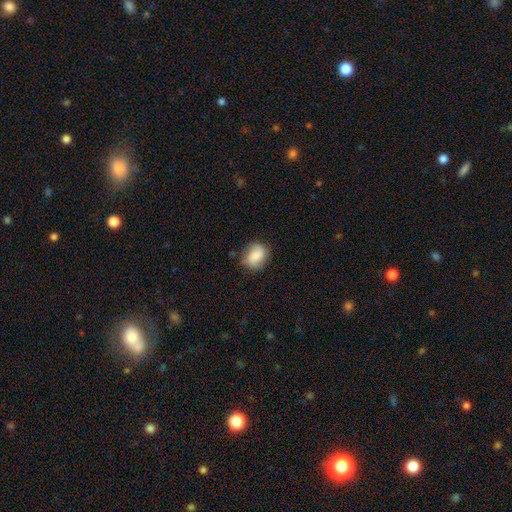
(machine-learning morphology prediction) This appears to be a smooth galaxy with no disk features (82%) that is in between round and cigar-shaped (57%). Merging: none (71%).